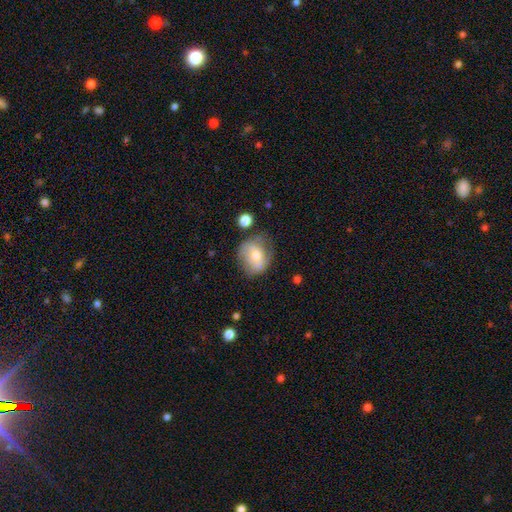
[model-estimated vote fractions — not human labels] smooth 54%, featured or disk 38%, star or artifact 8%. Down the decision tree: how rounded — round (56%); merging — none (52%).